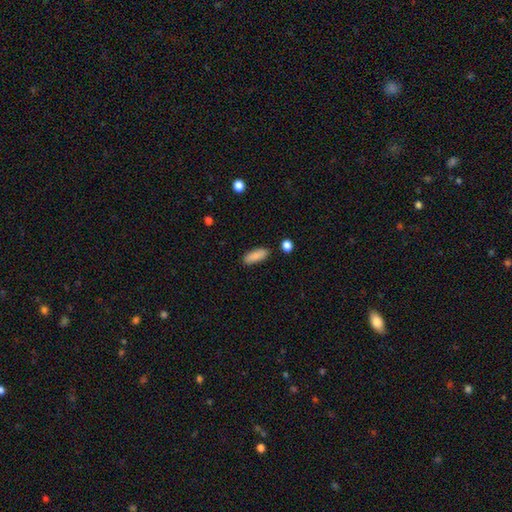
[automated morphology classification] Smooth or featured? smooth (87%)
How rounded? in between (65%)
Merging? none (86%)